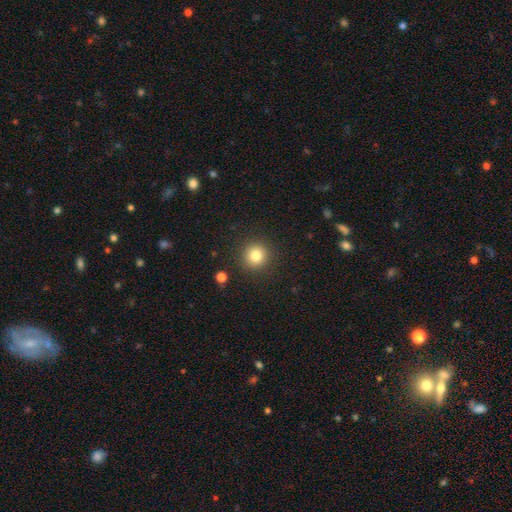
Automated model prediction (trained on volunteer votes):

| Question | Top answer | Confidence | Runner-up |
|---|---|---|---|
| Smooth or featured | smooth | 82% | star or artifact (12%) |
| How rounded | round | 93% | in between (6%) |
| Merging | none | 90% | minor disturbance (6%) |